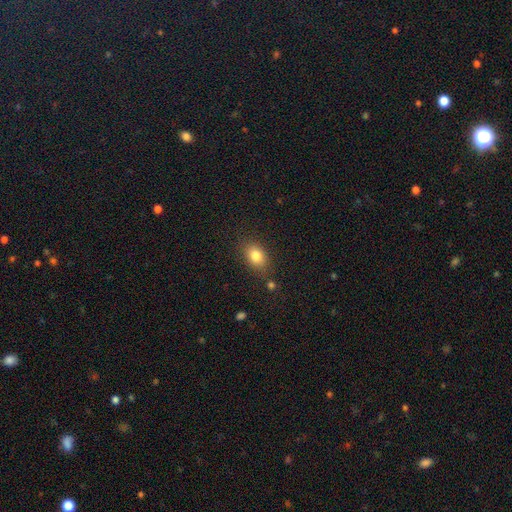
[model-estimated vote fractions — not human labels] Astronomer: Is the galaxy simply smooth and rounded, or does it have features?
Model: smooth — 82%.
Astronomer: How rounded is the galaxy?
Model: in between — 77%.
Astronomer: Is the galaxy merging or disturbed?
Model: none — 79%.